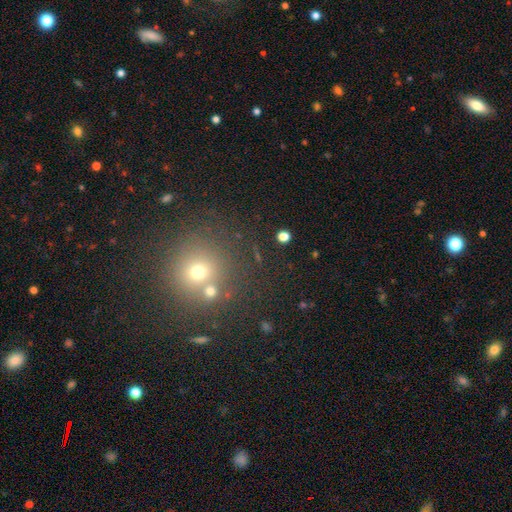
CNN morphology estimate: A smooth galaxy with no disk features (54%) that is round (91%). Merging: none (72%).